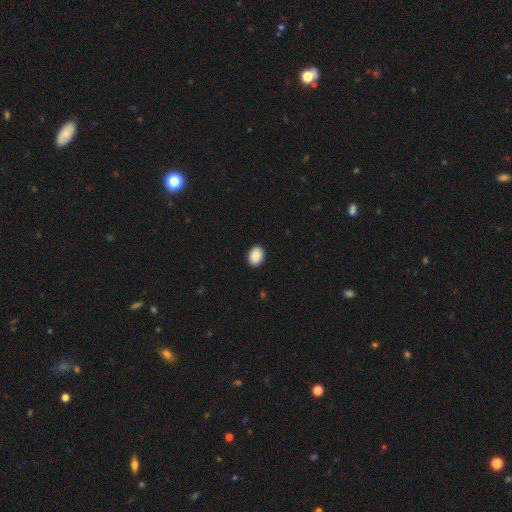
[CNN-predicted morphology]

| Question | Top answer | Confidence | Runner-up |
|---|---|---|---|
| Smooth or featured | smooth | 89% | star or artifact (7%) |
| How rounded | in between | 65% | round (34%) |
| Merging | none | 92% | minor disturbance (6%) |